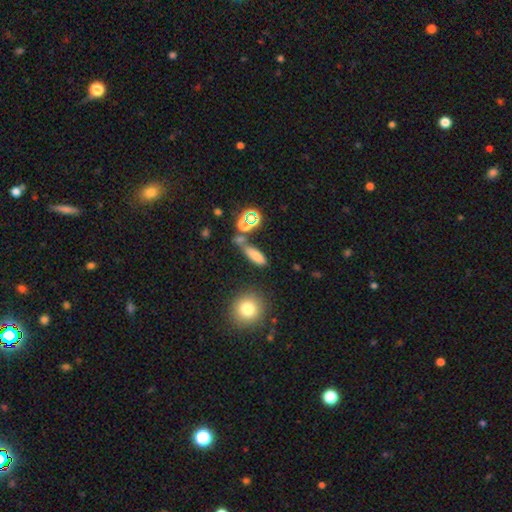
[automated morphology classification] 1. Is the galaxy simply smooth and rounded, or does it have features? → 71% smooth, 17% star or artifact, 11% featured or disk.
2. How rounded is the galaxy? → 48% in between, 43% cigar-shaped, 9% round.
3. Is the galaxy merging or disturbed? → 57% none, 19% merger, 17% minor disturbance, 8% major disturbance.